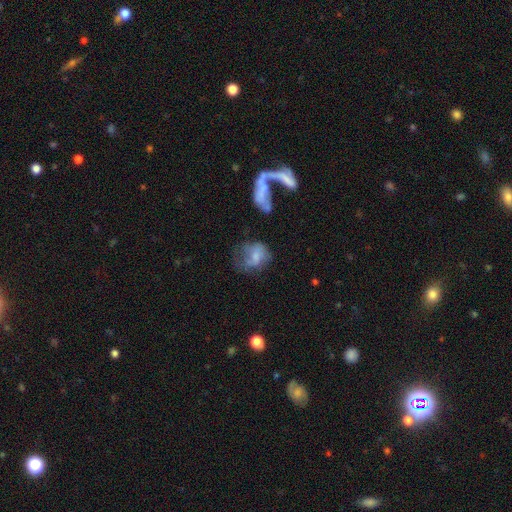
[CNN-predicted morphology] Q: Smooth or featured?
A: smooth (55%); runner-up: featured or disk (34%)
Q: How rounded?
A: in between (52%); runner-up: round (47%)
Q: Merging?
A: none (35%); runner-up: major disturbance (34%)